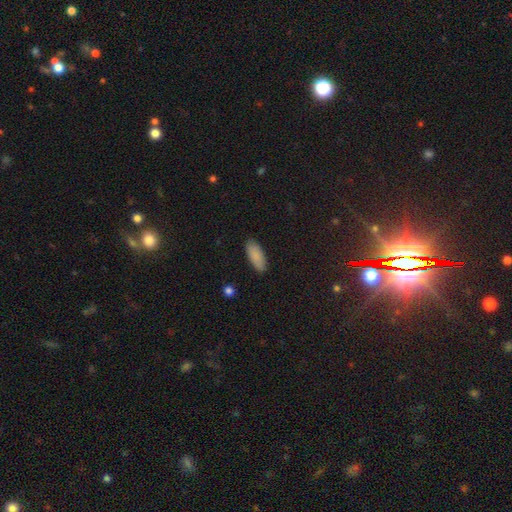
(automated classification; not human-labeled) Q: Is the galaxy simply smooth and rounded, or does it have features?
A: smooth — 88%.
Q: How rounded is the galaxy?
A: in between — 79%.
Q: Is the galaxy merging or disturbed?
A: none — 86%.